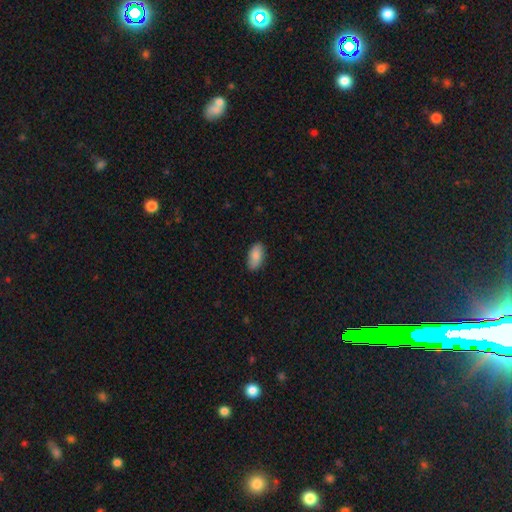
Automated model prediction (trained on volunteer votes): This appears to be a smooth galaxy with no disk features (88%) that is in between round and cigar-shaped (93%). Merging: none (86%).